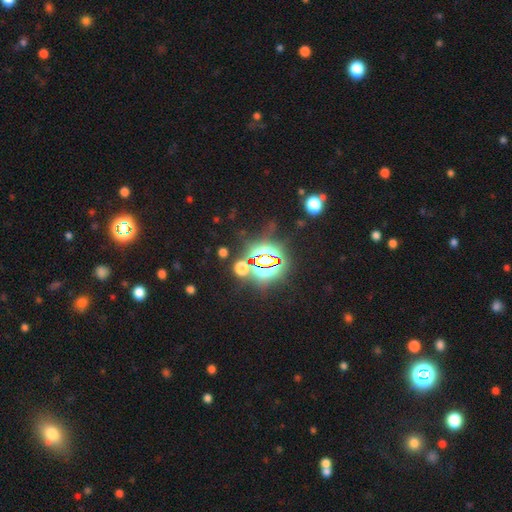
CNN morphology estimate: Q: Smooth or featured?
A: star or artifact (82%); runner-up: smooth (11%)